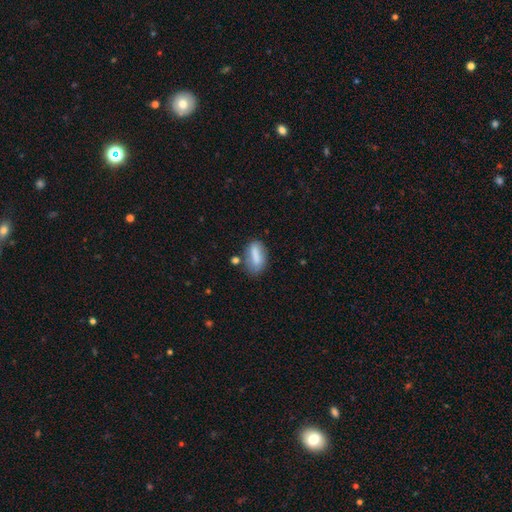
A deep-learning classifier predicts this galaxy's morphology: Overall: smooth (77%). How rounded: in between (77%). Merging: none (58%; minor disturbance 22%).